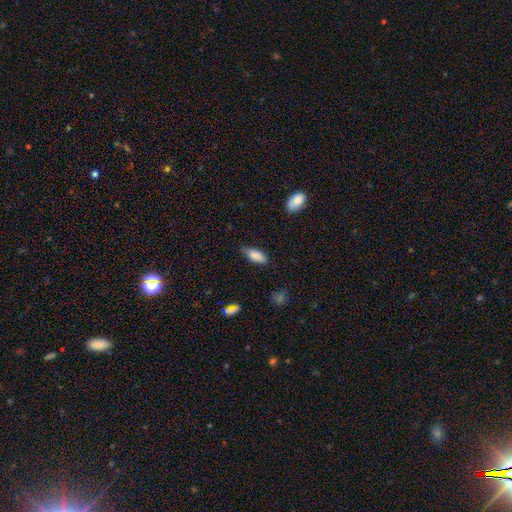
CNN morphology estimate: This is clearly a smooth galaxy (83%). How rounded: clearly in between (81%). Merging: likely none (65%).